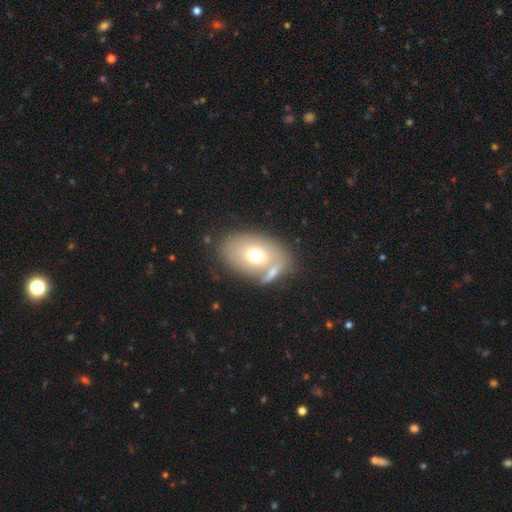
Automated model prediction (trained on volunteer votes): smooth_or_featured: smooth (p=0.66) [alt: featured or disk p=0.26]
how_rounded: in between (p=0.81) [alt: round p=0.17]
merging: none (p=0.56) [alt: merger p=0.24]